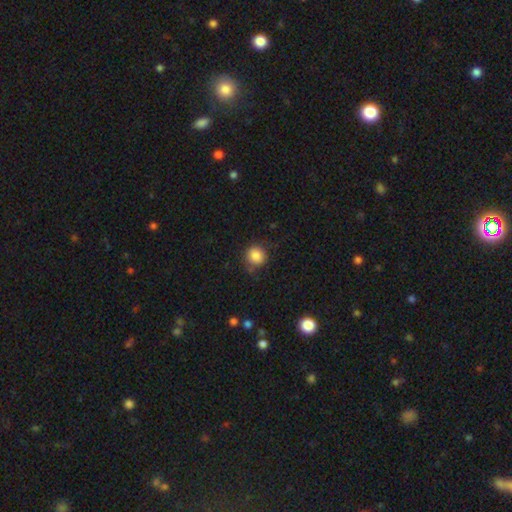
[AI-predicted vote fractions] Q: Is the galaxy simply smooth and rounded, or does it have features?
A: smooth — 85%.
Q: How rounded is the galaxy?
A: round — 89%.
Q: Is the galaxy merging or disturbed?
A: none — 75%.